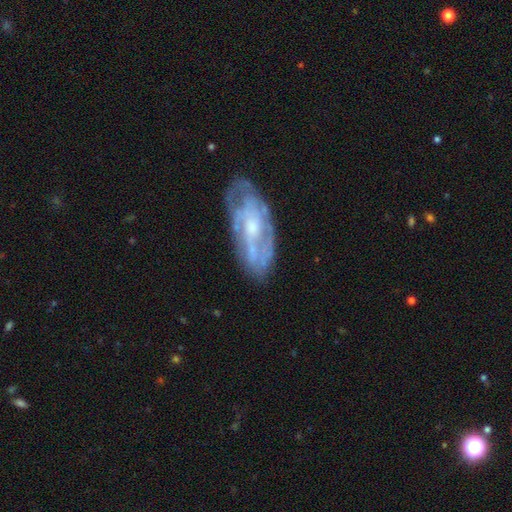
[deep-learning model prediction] Q: Smooth or featured?
A: featured or disk (72%); runner-up: smooth (21%)
Q: Edge-on disk?
A: no (90%); runner-up: yes (10%)
Q: Bar?
A: no (64%); runner-up: weak (28%)
Q: Spiral arms?
A: yes (71%); runner-up: no (29%)
Q: Bulge size?
A: moderate (46%); runner-up: small (32%)
Q: Merging?
A: none (65%); runner-up: minor disturbance (21%)